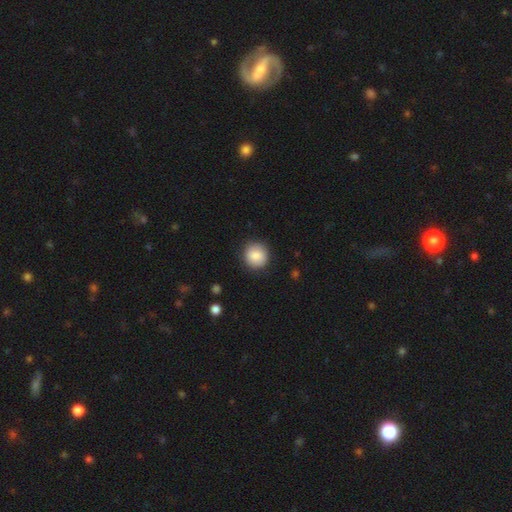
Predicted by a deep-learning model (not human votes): This appears to be a smooth galaxy with no disk features (87%) that is round (92%). Merging: none (89%).